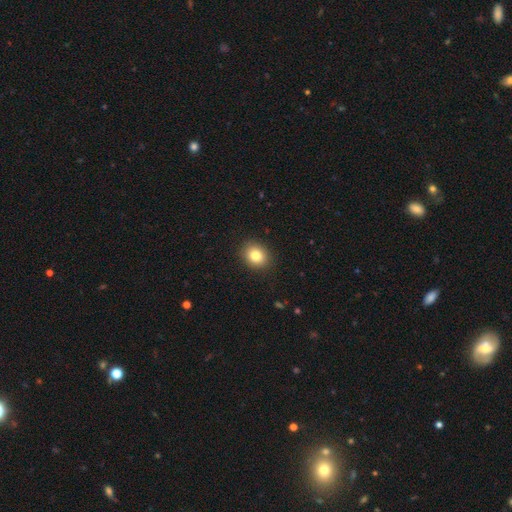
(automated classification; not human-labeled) Smooth or featured: smooth — 82% (star or artifact — 10%)
How rounded: round — 65% (in between — 35%)
Merging: none — 90% (minor disturbance — 7%)